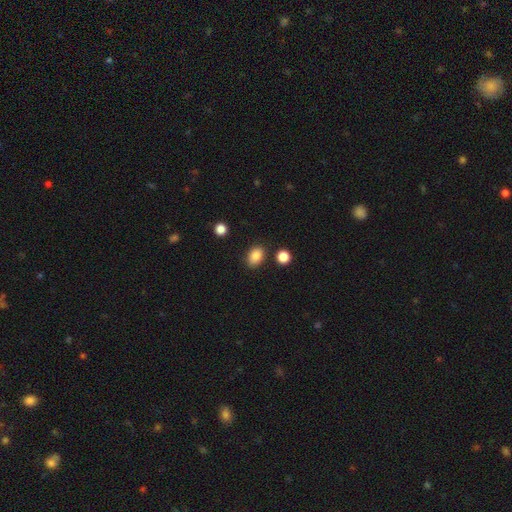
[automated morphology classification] Smooth or featured?
  - smooth: 87% *
  - star or artifact: 9%
  - featured or disk: 4%
How rounded?
  - in between: 80% *
  - round: 18%
  - cigar-shaped: 1%
Merging?
  - none: 82% *
  - minor disturbance: 11%
  - merger: 4%
  - major disturbance: 3%